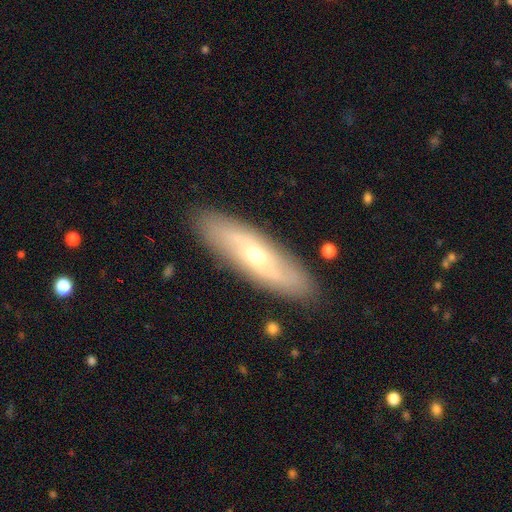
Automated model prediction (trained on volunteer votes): Smooth or featured: featured or disk — 59% (smooth — 35%)
Edge-on disk: no — 67% (yes — 33%)
Merging: none — 88% (minor disturbance — 9%)